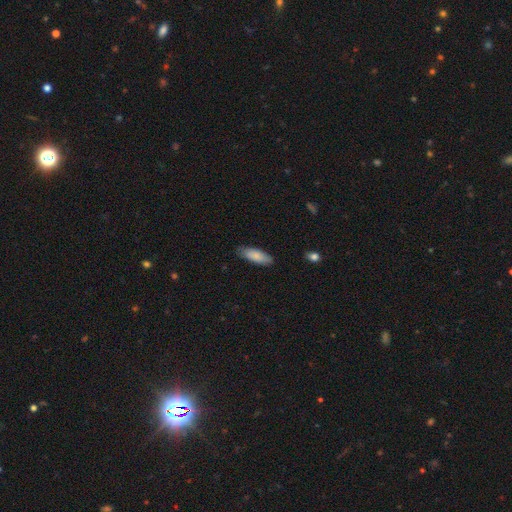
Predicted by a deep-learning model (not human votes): This appears to be a smooth galaxy with no disk features (84%) that is in between round and cigar-shaped (63%). Merging: none (81%).